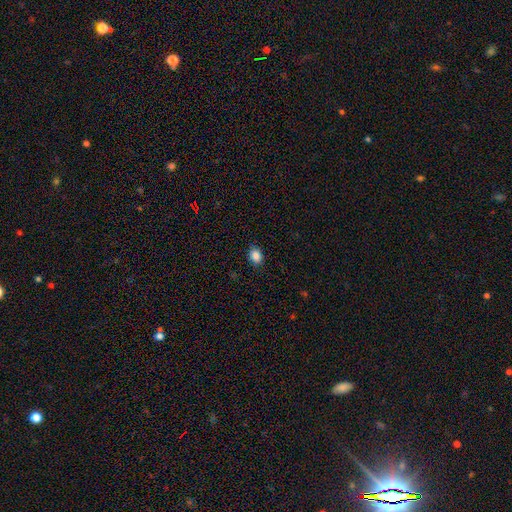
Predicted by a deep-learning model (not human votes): A smooth galaxy with no disk features (86%) that is in between round and cigar-shaped (57%). Merging: none (87%).